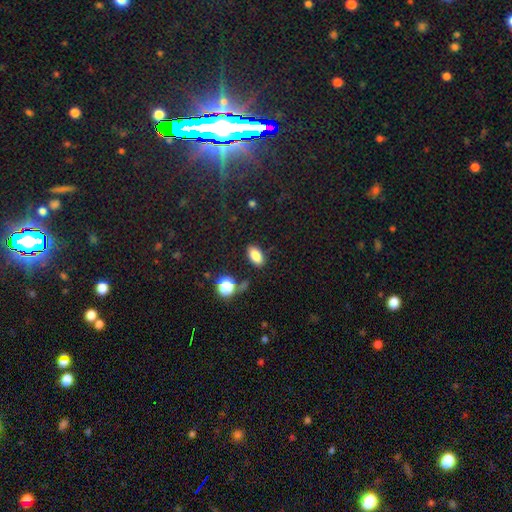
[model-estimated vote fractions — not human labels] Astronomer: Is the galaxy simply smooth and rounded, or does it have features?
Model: smooth — 84%.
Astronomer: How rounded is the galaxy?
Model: in between — 91%.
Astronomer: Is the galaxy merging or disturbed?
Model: none — 84%.